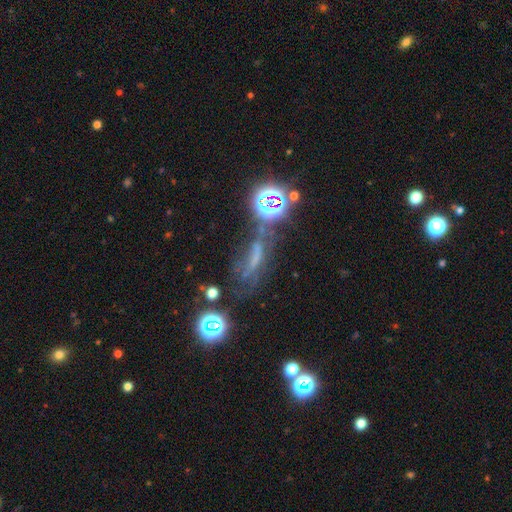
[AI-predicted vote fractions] This is marginally a star or artifact rather than a galaxy (39%).